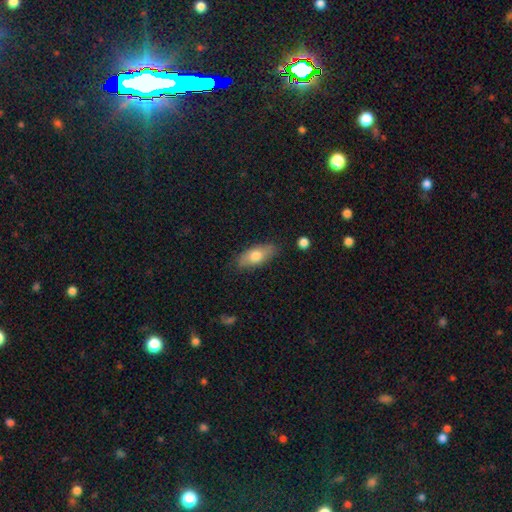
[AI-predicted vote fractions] The model was most divided on "smooth or featured": smooth: 71%, featured or disk: 22%, star or artifact: 6%. More confident: how rounded — in between (82%); merging — none (82%).